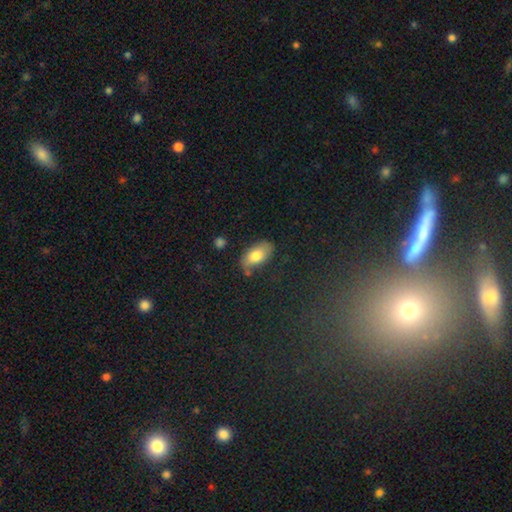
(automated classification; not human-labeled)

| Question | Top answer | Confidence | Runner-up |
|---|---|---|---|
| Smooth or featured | smooth | 76% | featured or disk (16%) |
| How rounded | in between | 93% | round (4%) |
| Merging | none | 69% | minor disturbance (22%) |